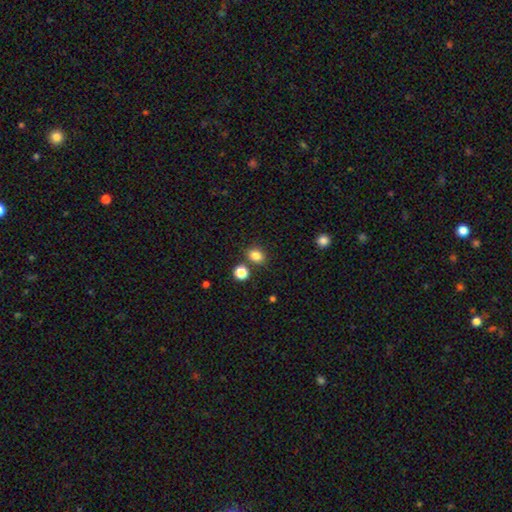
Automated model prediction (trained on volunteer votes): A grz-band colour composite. It shows a smooth galaxy with no disk features (83%) that is in between round and cigar-shaped (52%). Merging: none (78%).